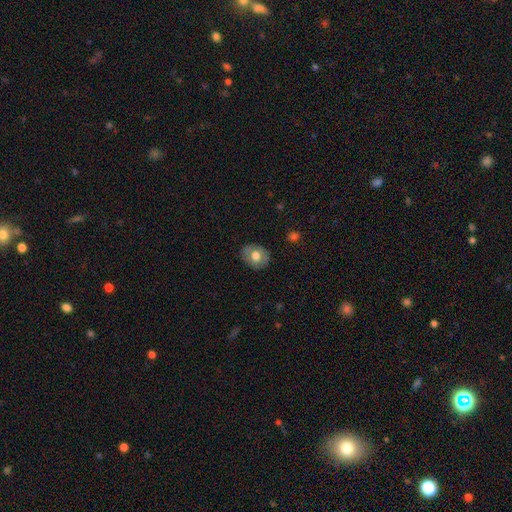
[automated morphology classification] Q: Smooth or featured?
A: smooth (66%); runner-up: featured or disk (26%)
Q: How rounded?
A: round (54%); runner-up: in between (45%)
Q: Merging?
A: none (82%); runner-up: minor disturbance (13%)